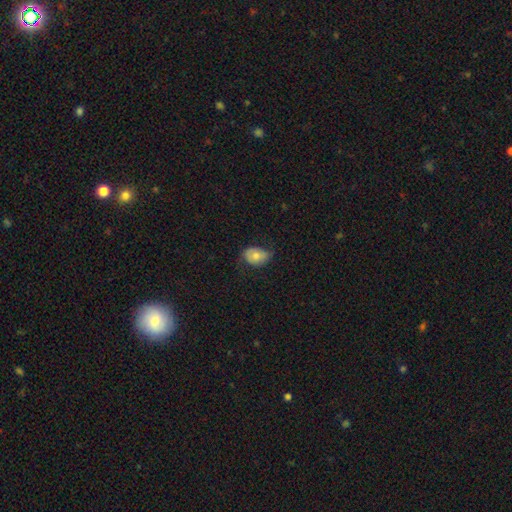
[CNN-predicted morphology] Smooth or featured?
  - smooth: 67% *
  - featured or disk: 25%
  - star or artifact: 8%
How rounded?
  - in between: 77% *
  - round: 21%
  - cigar-shaped: 1%
Merging?
  - none: 57% *
  - minor disturbance: 31%
  - major disturbance: 10%
  - merger: 1%